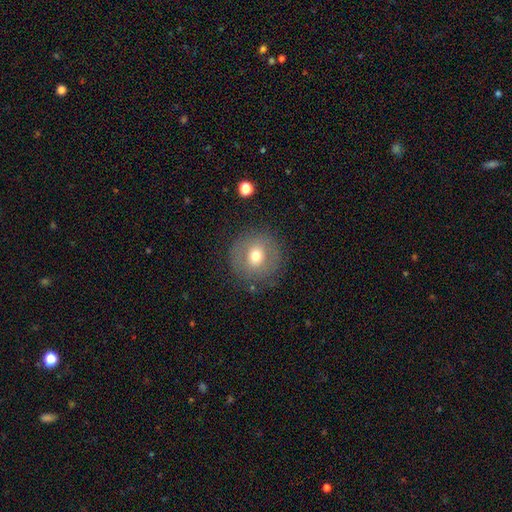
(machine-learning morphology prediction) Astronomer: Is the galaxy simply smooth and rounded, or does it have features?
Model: smooth — 63%.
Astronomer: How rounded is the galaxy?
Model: round — 92%.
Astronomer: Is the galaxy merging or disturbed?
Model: none — 83%.